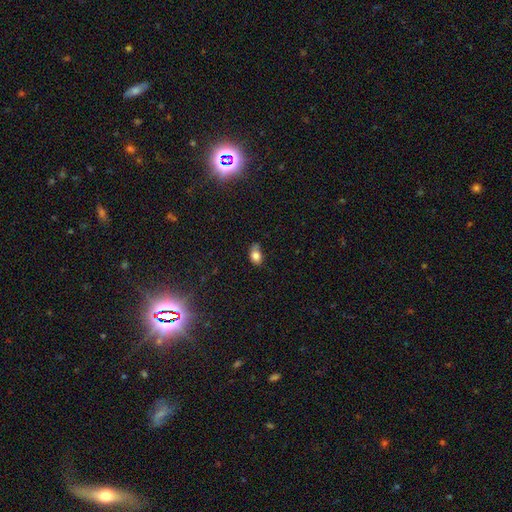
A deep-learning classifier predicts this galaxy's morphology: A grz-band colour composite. It shows a smooth galaxy with no disk features (81%) that is in between round and cigar-shaped (81%). Merging: none (52%).